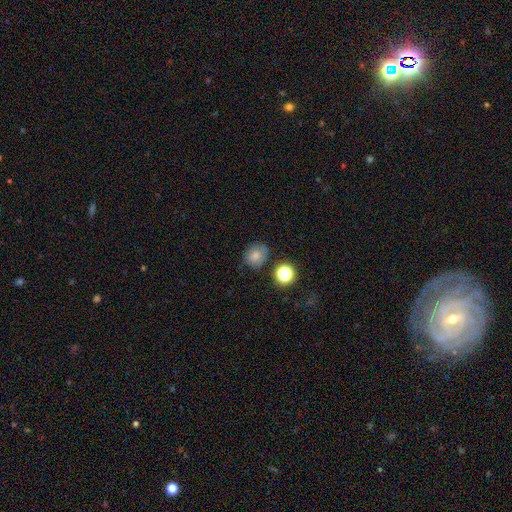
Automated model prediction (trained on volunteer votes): This is likely a smooth galaxy (75%). How rounded: likely round (61%). Merging: likely none (70%).